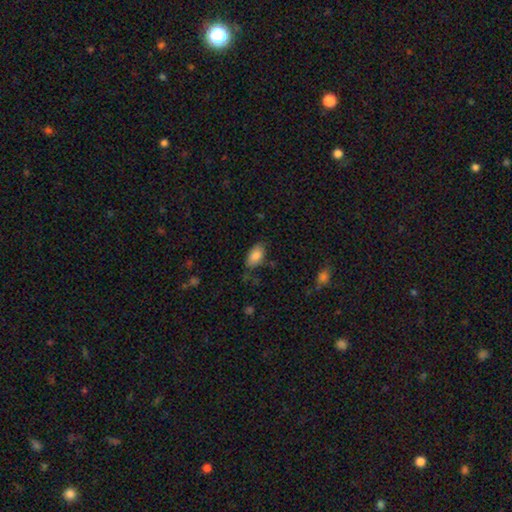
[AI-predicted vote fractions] Smooth or featured: smooth — 85% (featured or disk — 8%)
How rounded: in between — 92% (round — 5%)
Merging: none — 75% (minor disturbance — 19%)